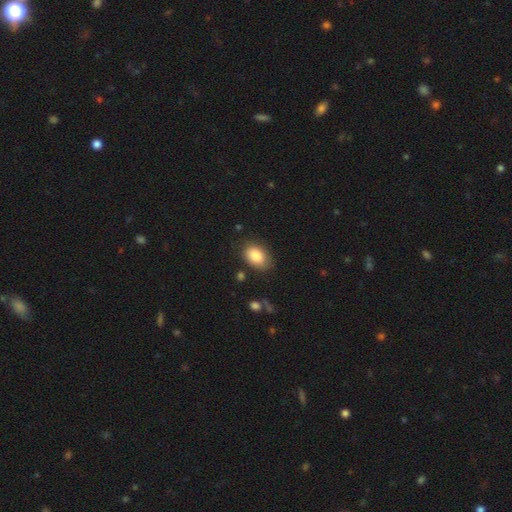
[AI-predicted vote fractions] This appears to be a smooth galaxy with no disk features (87%) that is in between round and cigar-shaped (83%). Merging: none (79%).